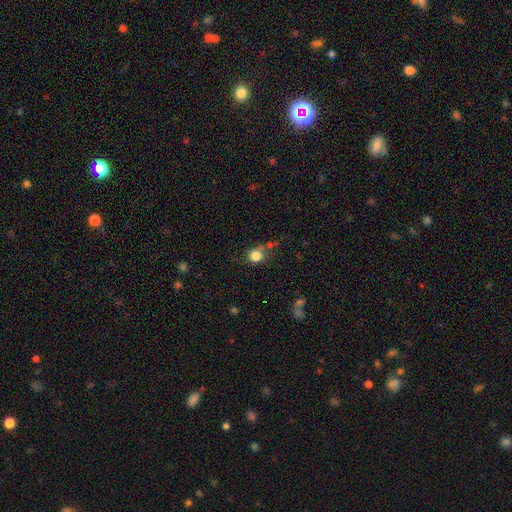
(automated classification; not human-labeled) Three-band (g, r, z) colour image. It shows a smooth galaxy with no disk features (82%) that is round (81%). Merging: none (55%).